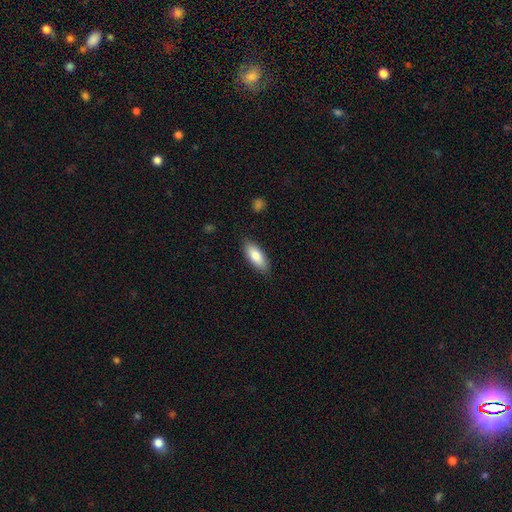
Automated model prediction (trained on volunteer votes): Smooth or featured? smooth (83%)
How rounded? in between (77%)
Merging? none (85%)